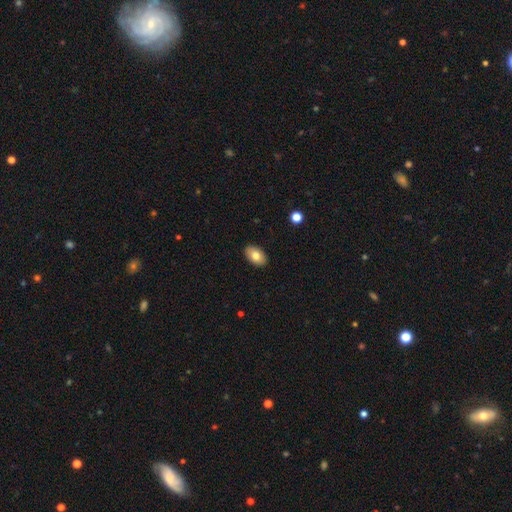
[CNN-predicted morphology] This is likely a smooth galaxy (79%). How rounded: clearly in between (92%). Merging: clearly none (90%).